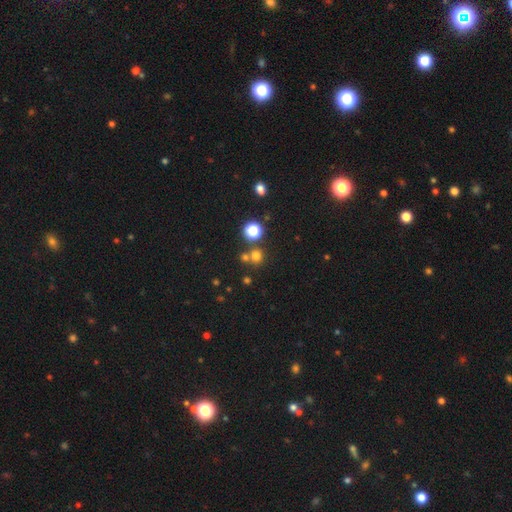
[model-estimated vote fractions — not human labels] A smooth galaxy with no disk features (69%) that is round (89%).

Vote fractions:
- Smooth or featured? smooth: 69% / star or artifact: 24% / featured or disk: 7%
- How rounded? round: 89% / in between: 10% / cigar-shaped: 1%
- Merging? none: 69% / merger: 21% / minor disturbance: 7% / major disturbance: 3%